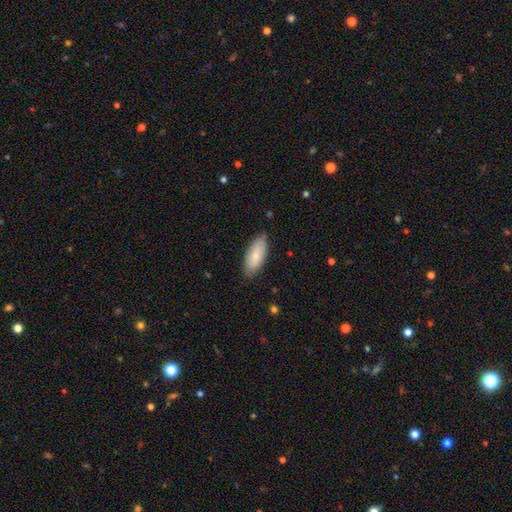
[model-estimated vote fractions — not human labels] smooth 80%, featured or disk 14%, star or artifact 6%. Down the decision tree: how rounded — in between (83%); merging — none (83%).